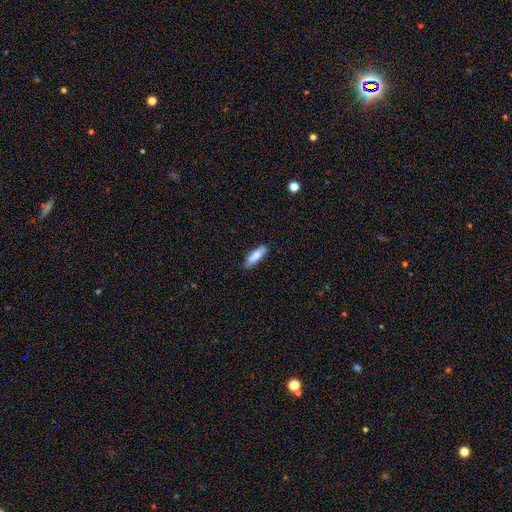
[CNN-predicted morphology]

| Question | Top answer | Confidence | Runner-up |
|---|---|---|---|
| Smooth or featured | smooth | 80% | featured or disk (14%) |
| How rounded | cigar-shaped | 53% | in between (45%) |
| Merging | none | 85% | minor disturbance (12%) |